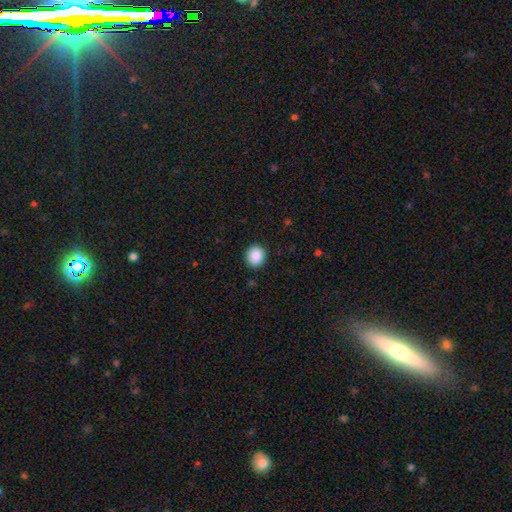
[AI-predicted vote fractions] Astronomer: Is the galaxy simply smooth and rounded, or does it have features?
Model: smooth — 89%.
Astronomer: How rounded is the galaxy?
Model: round — 78%.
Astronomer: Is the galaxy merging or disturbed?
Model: none — 90%.